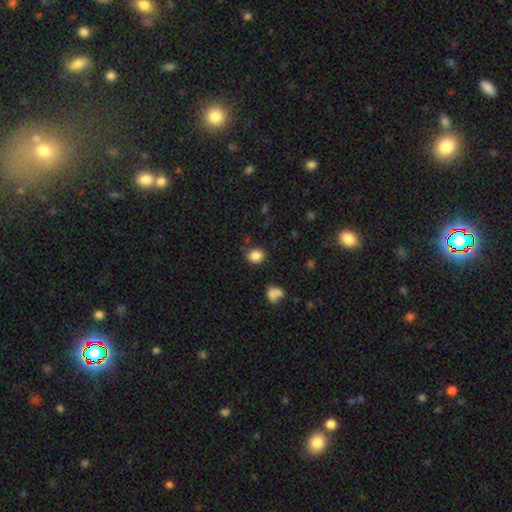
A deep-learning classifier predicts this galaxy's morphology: Q: Smooth or featured?
A: smooth (85%); runner-up: star or artifact (10%)
Q: How rounded?
A: round (66%); runner-up: in between (33%)
Q: Merging?
A: none (81%); runner-up: minor disturbance (12%)